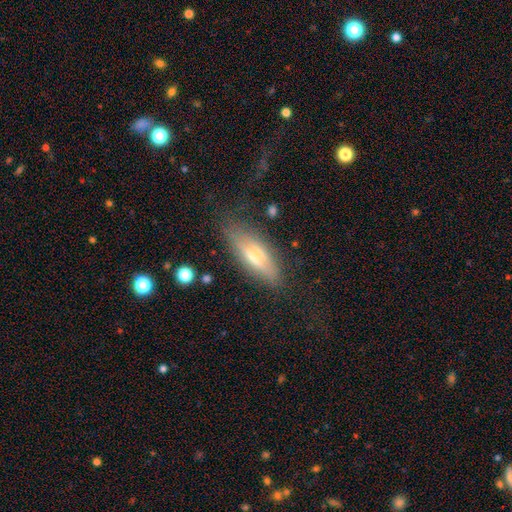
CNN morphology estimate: type=featured or disk (49%); merging=none (73%).